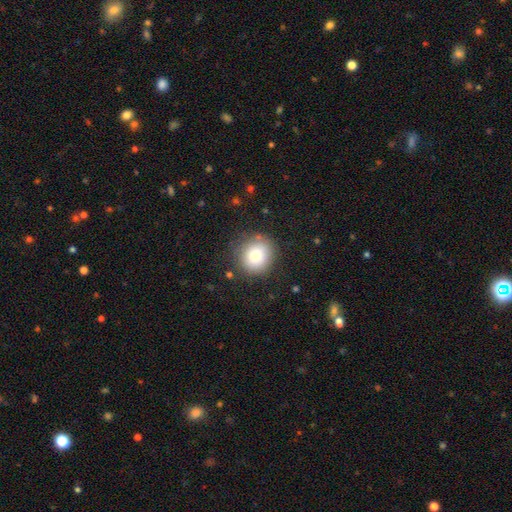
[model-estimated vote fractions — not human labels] Smooth or featured? smooth (81%)
How rounded? round (82%)
Merging? none (81%)